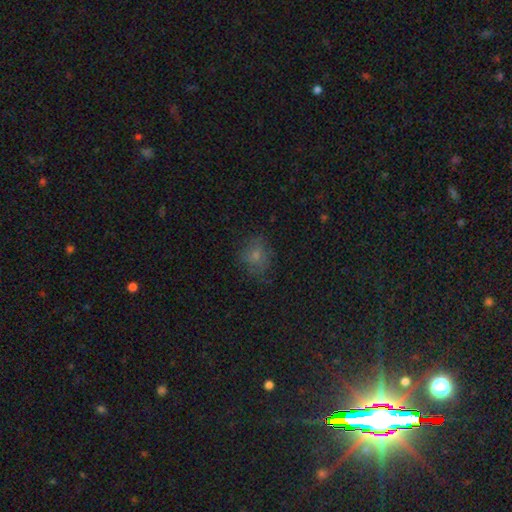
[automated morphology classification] smooth-or-featured: smooth: 69% | star or artifact: 17% | featured or disk: 14%
  how-rounded: round: 62% | in between: 37% | cigar-shaped: 1%
  merging: none: 68% | minor disturbance: 22% | major disturbance: 9% | merger: 1%